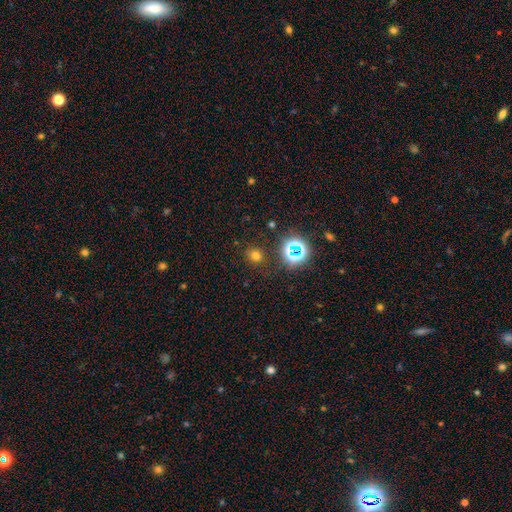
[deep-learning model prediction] A smooth galaxy with no disk features (67%) that is round (78%). Merging: none (85%).